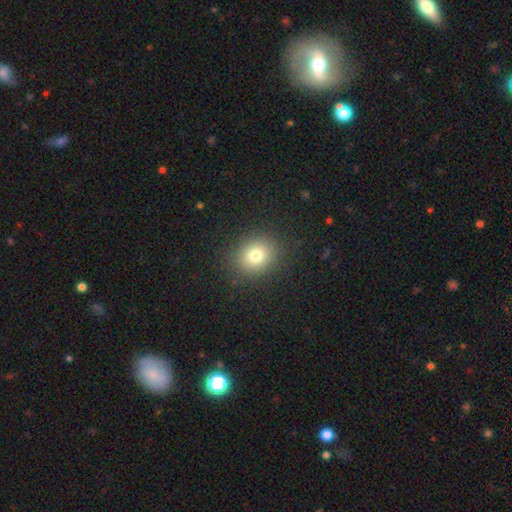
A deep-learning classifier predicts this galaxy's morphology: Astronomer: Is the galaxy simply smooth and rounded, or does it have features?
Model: smooth — 78%.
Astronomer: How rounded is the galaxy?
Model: round — 71%.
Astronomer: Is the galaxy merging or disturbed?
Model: none — 88%.